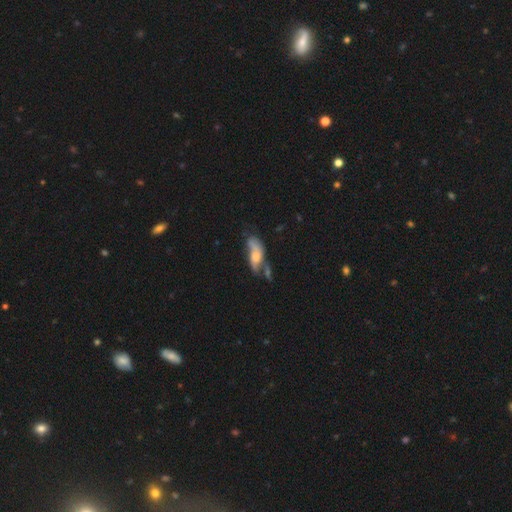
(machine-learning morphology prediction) type=featured or disk (53%); edge-on=no (84%); merging=major disturbance (27%, tied with none).